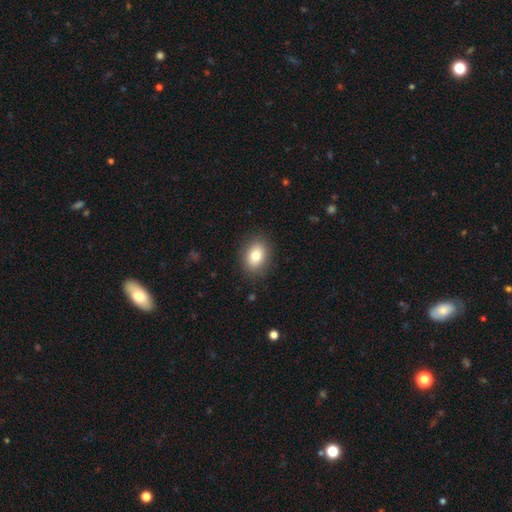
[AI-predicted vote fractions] A smooth galaxy with no disk features (80%) that is in between round and cigar-shaped (70%). Merging: none (87%).